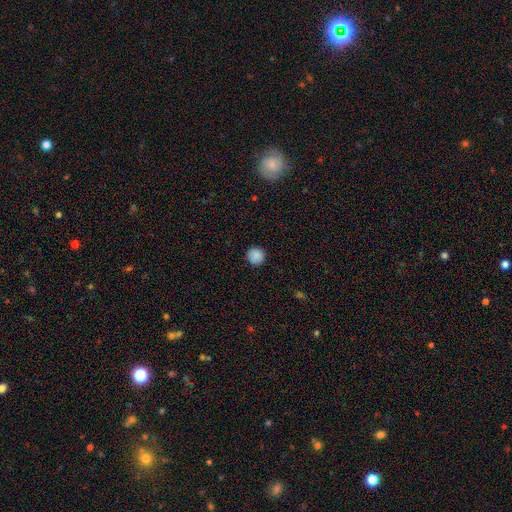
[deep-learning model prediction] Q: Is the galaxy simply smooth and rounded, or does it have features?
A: smooth — 88%.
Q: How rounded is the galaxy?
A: round — 95%.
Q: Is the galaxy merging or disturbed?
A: none — 91%.